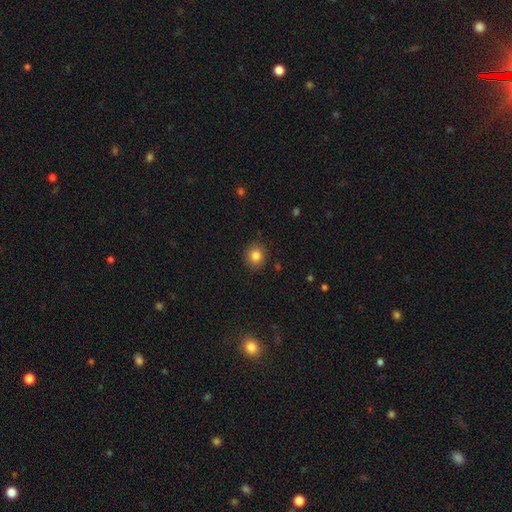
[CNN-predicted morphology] Overall: smooth (83%). How rounded: round (81%). Merging: none (89%).